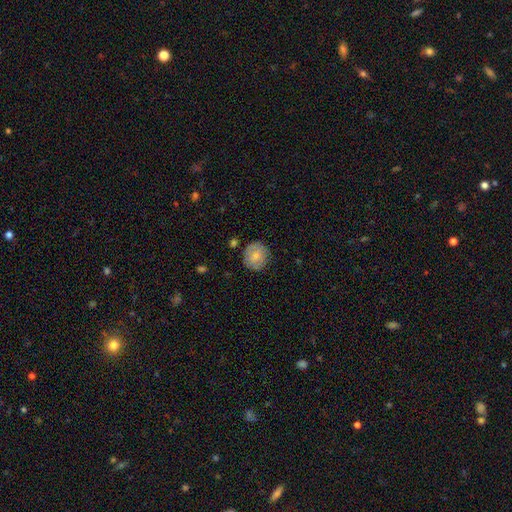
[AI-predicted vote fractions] smooth 71%, featured or disk 22%, star or artifact 7%. Down the decision tree: how rounded — round (88%); merging — none (78%).